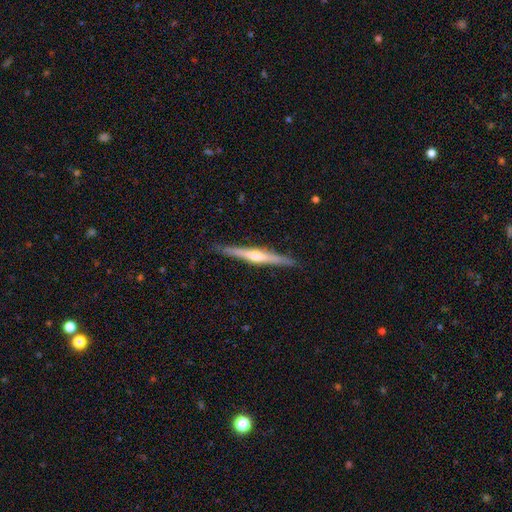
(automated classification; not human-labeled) This appears to be a featured or disk galaxy (73%) viewed edge-on (98%) with a rounded central bulge (82%). Merging: none (90%).